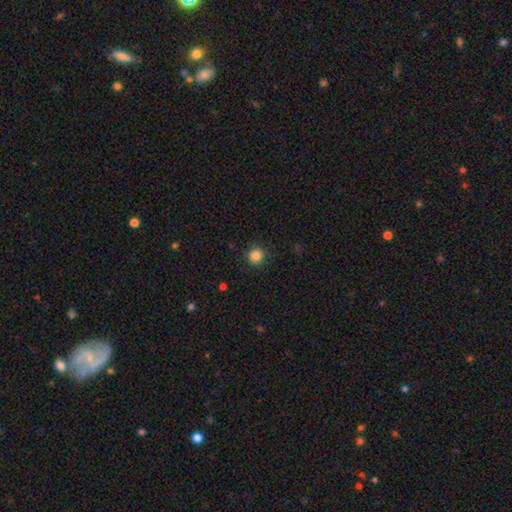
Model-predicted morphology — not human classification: Smooth or featured?
  - smooth: 85% *
  - star or artifact: 11%
  - featured or disk: 3%
How rounded?
  - round: 93% *
  - in between: 6%
  - cigar-shaped: 1%
Merging?
  - none: 89% *
  - minor disturbance: 8%
  - major disturbance: 3%
  - merger: 1%